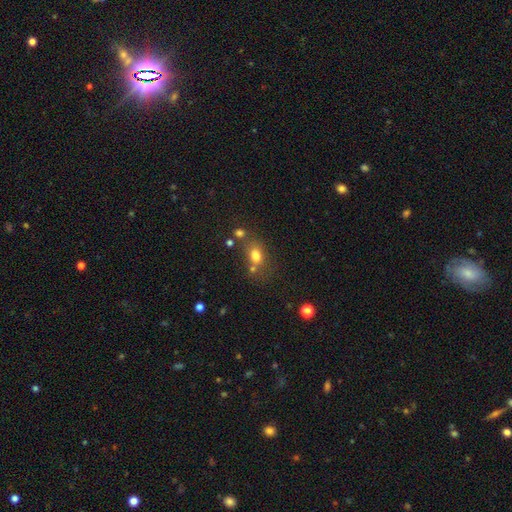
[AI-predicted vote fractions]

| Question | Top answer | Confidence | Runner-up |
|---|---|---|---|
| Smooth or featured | smooth | 75% | star or artifact (14%) |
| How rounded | in between | 70% | round (27%) |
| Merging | none | 54% | merger (21%) |